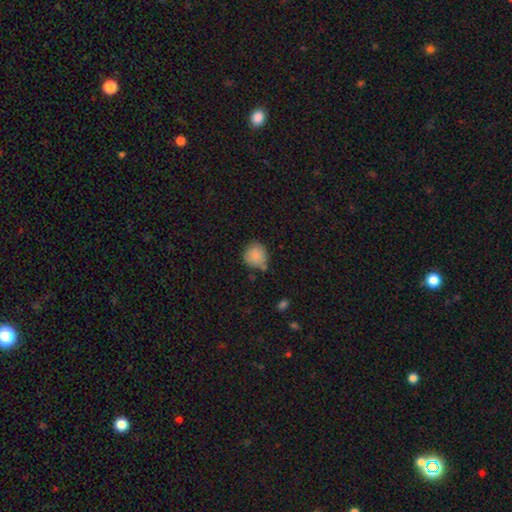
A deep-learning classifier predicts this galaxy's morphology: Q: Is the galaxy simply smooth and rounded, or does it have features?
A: smooth — 86%.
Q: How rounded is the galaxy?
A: round — 84%.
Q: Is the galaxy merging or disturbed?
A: none — 65%.